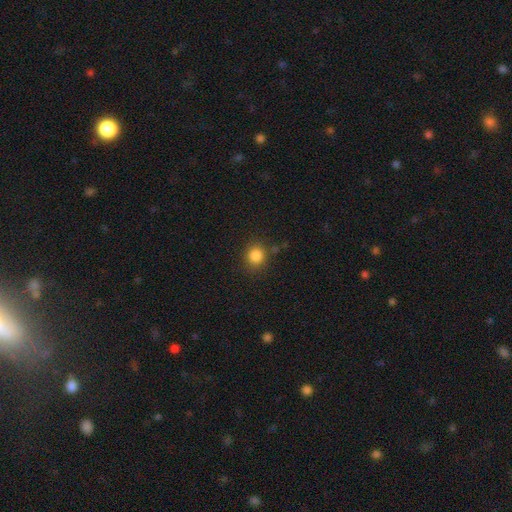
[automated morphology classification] The model was most divided on "how rounded": round: 82%, in between: 17%, cigar-shaped: 1%. More confident: smooth or featured — smooth (84%); merging — none (81%).